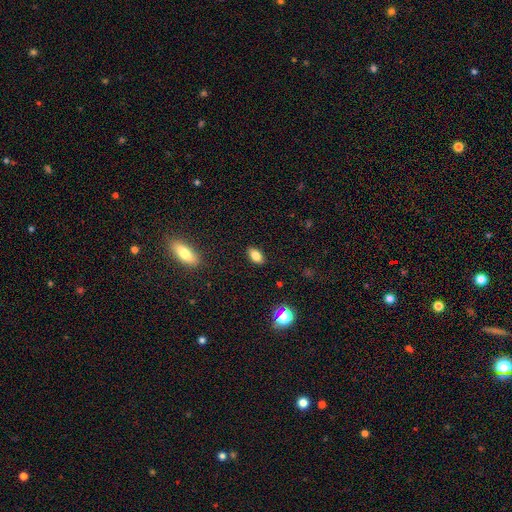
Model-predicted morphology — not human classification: type=smooth (81%); roundness=in between (89%); merging=none (88%).